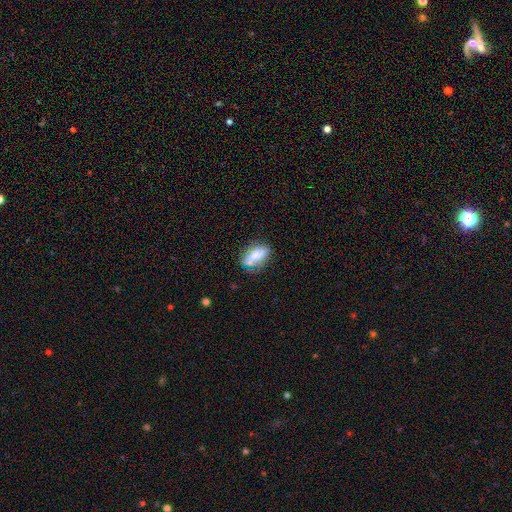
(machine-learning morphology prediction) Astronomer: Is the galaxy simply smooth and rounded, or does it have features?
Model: smooth — 69%.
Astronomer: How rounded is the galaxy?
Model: in between — 81%.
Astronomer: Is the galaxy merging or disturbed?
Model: none — 57%.